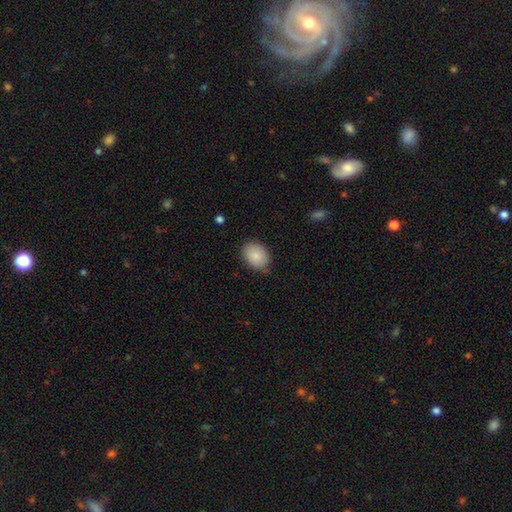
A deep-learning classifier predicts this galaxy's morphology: Smooth or featured?
  - smooth: 87% *
  - star or artifact: 7%
  - featured or disk: 6%
How rounded?
  - in between: 72% *
  - round: 27%
  - cigar-shaped: 1%
Merging?
  - none: 79% *
  - minor disturbance: 17%
  - major disturbance: 3%
  - merger: 1%